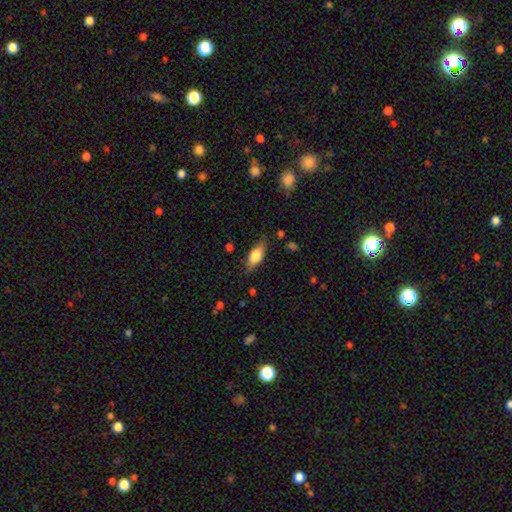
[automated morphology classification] A smooth galaxy with no disk features (68%) that is in between round and cigar-shaped (78%). Merging: none (77%).